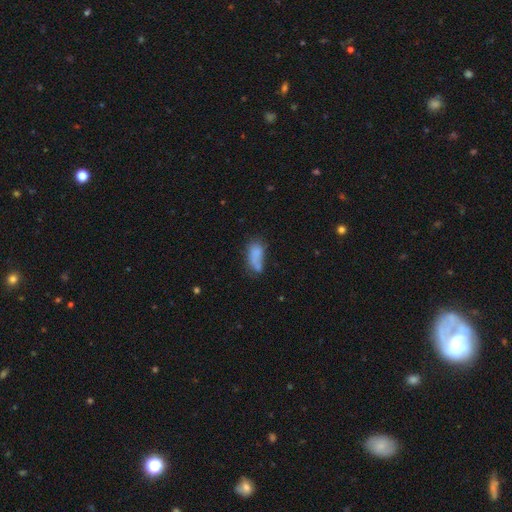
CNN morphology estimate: This is likely a smooth galaxy (72%). How rounded: clearly in between (83%). Merging: marginally none (34%).